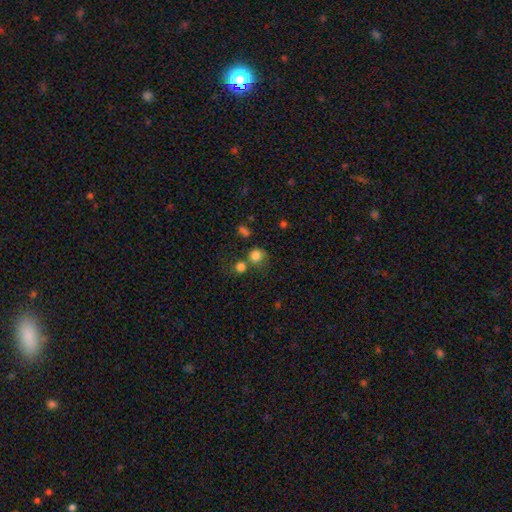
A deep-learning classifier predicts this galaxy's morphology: type=smooth (80%); roundness=round (87%); merging=none (56%).